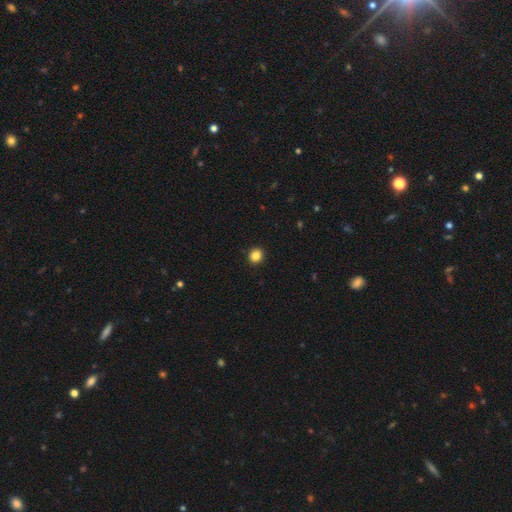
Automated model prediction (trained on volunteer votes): A smooth galaxy with no disk features (86%) that is round (84%).

Vote fractions:
- Smooth or featured? smooth: 86% / star or artifact: 11% / featured or disk: 4%
- How rounded? round: 84% / in between: 15% / cigar-shaped: 1%
- Merging? none: 93% / minor disturbance: 5% / major disturbance: 2% / merger: 1%